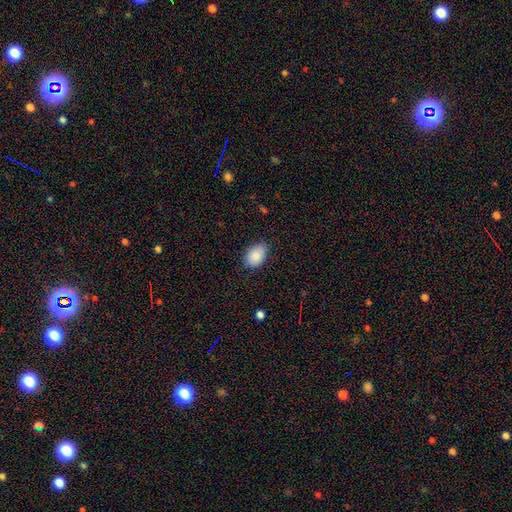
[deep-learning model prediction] Q: Smooth or featured?
A: smooth (88%); runner-up: star or artifact (7%)
Q: How rounded?
A: in between (85%); runner-up: round (14%)
Q: Merging?
A: none (74%); runner-up: minor disturbance (22%)